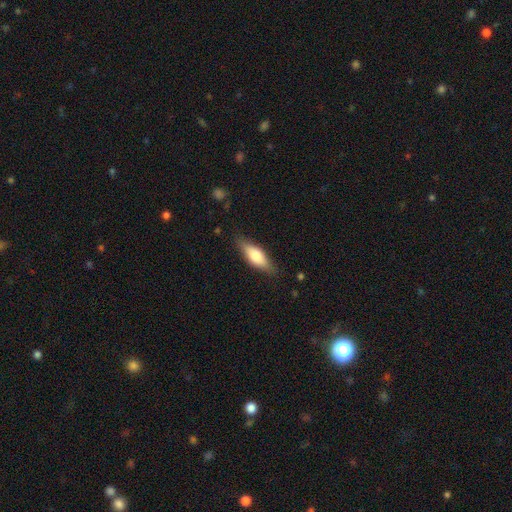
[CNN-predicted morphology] Overall: smooth (64%; featured or disk 30%). How rounded: in between (64%; cigar-shaped 33%). Merging: none (80%).